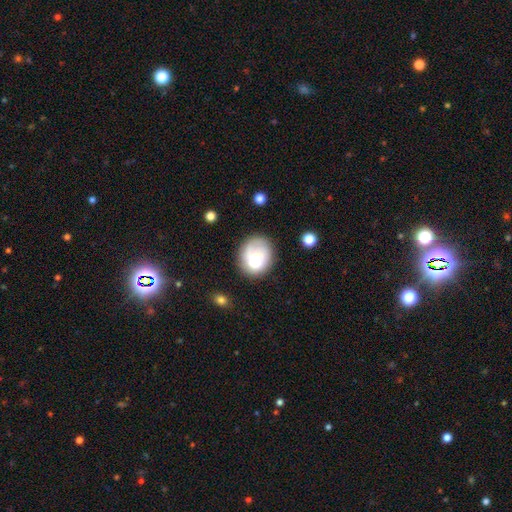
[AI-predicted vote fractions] This appears to be a smooth galaxy with no disk features (67%) that is round (66%). Merging: none (62%).